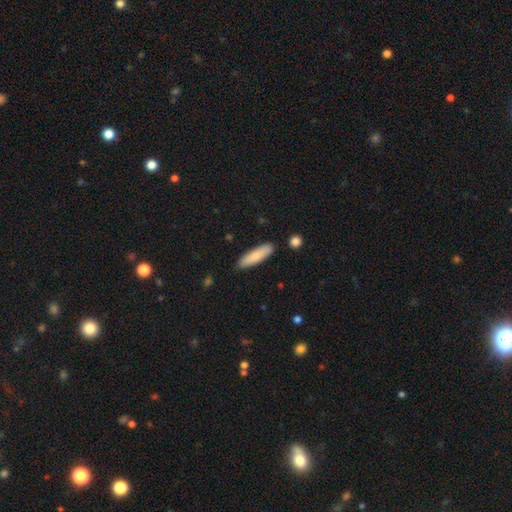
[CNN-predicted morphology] Q: Smooth or featured?
A: smooth (79%); runner-up: featured or disk (15%)
Q: How rounded?
A: cigar-shaped (68%); runner-up: in between (30%)
Q: Merging?
A: none (87%); runner-up: minor disturbance (9%)